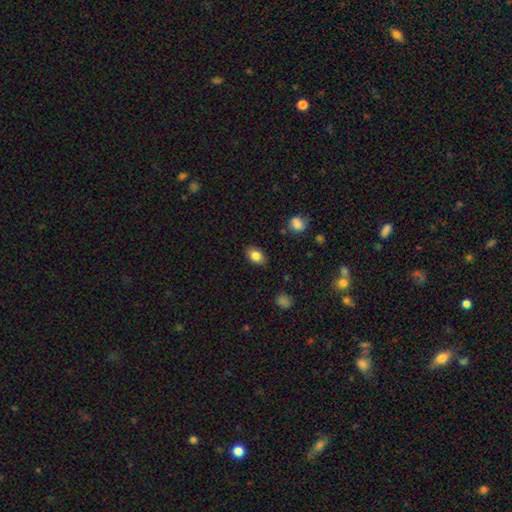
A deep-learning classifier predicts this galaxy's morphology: smooth_or_featured: smooth (p=0.83) [alt: featured or disk p=0.09]
how_rounded: in between (p=0.86) [alt: round p=0.13]
merging: none (p=0.86) [alt: minor disturbance p=0.10]